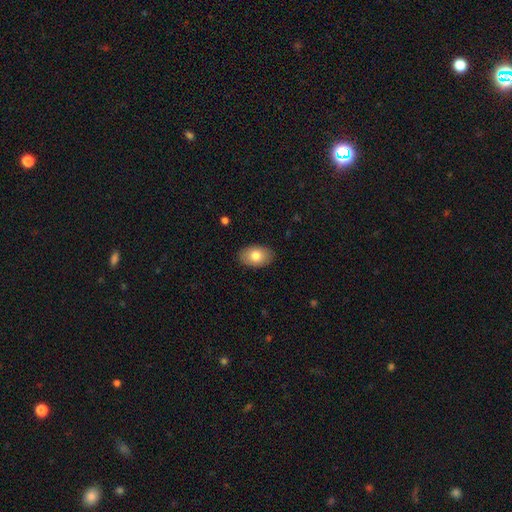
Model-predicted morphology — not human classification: Smooth or featured: smooth — 79% (featured or disk — 14%)
How rounded: in between — 89% (round — 10%)
Merging: none — 88% (minor disturbance — 9%)